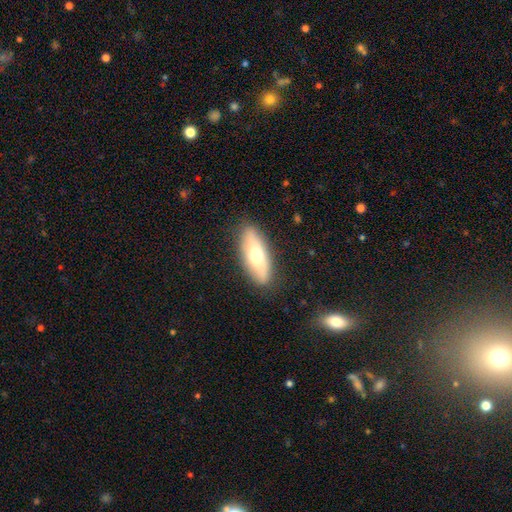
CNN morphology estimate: smooth-or-featured: smooth: 62% | featured or disk: 32% | star or artifact: 6%
  how-rounded: in between: 75% | cigar-shaped: 22% | round: 3%
  merging: none: 86% | minor disturbance: 10% | major disturbance: 2% | merger: 1%